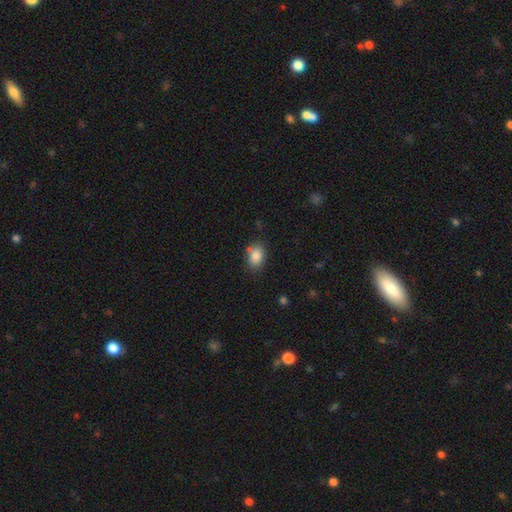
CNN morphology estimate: Smooth or featured? Predicted: smooth (p=0.86). How rounded? Predicted: in between (p=0.76). Merging? Predicted: none (p=0.72).